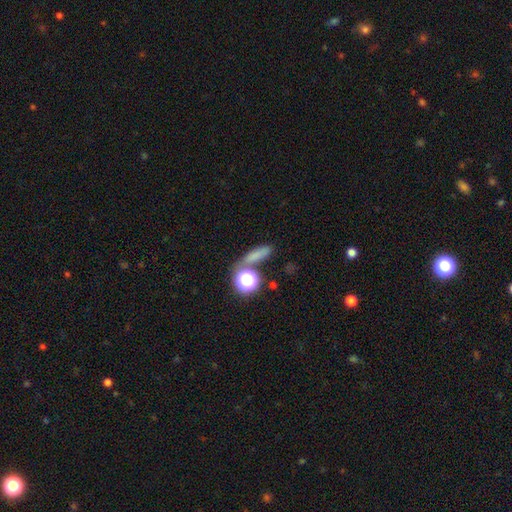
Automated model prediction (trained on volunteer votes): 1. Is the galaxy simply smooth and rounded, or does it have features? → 66% smooth, 23% star or artifact, 11% featured or disk.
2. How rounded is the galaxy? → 40% cigar-shaped, 32% in between, 28% round.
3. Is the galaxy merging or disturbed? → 66% none, 15% merger, 12% minor disturbance, 6% major disturbance.